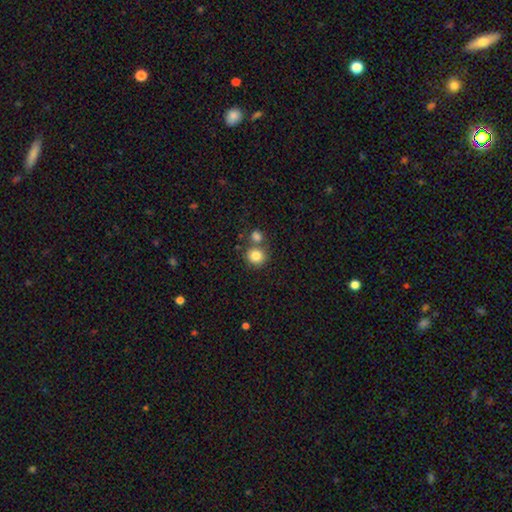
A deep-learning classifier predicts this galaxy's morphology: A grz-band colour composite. It shows a smooth galaxy with no disk features (83%) that is round (88%). Merging: none (64%).